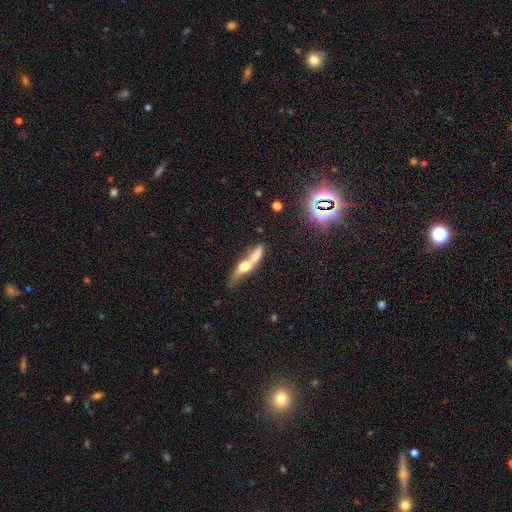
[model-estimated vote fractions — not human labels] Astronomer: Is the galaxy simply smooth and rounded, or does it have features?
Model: smooth — 47% (runner-up: featured or disk, 44%).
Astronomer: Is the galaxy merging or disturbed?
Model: merger — 60%.